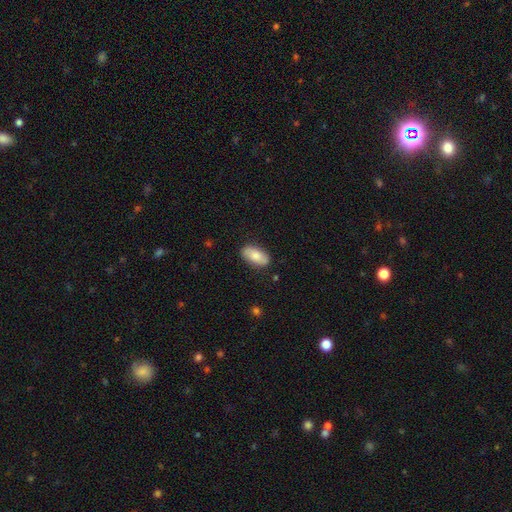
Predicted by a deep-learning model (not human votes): A smooth galaxy with no disk features (76%) that is in between round and cigar-shaped (93%).

Vote fractions:
- Smooth or featured? smooth: 76% / featured or disk: 18% / star or artifact: 6%
- How rounded? in between: 93% / cigar-shaped: 4% / round: 3%
- Merging? none: 83% / minor disturbance: 13% / major disturbance: 3% / merger: 1%